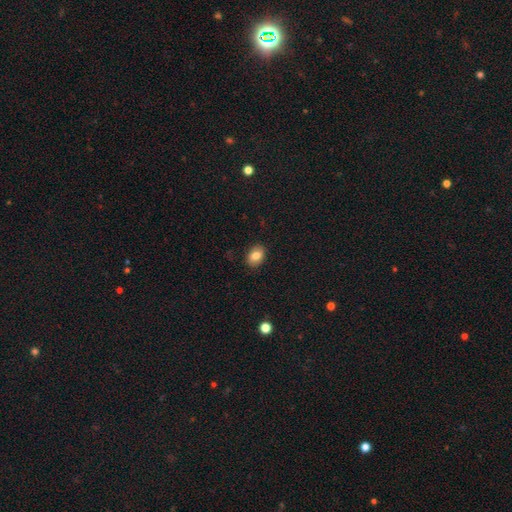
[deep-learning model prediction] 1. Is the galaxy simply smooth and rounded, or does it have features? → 83% smooth, 9% star or artifact, 8% featured or disk.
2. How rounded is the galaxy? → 74% in between, 25% round, 1% cigar-shaped.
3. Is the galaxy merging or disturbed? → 88% none, 9% minor disturbance, 2% major disturbance, 1% merger.